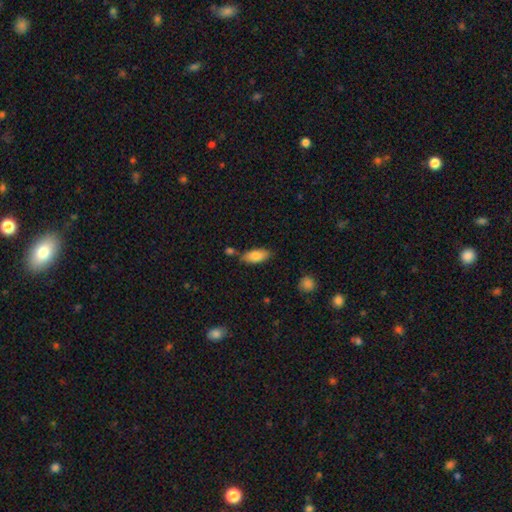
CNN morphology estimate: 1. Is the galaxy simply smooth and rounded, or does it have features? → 83% smooth, 10% featured or disk, 7% star or artifact.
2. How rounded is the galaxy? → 84% in between, 14% cigar-shaped, 2% round.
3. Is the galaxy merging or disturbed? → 71% none, 17% minor disturbance, 9% merger, 4% major disturbance.